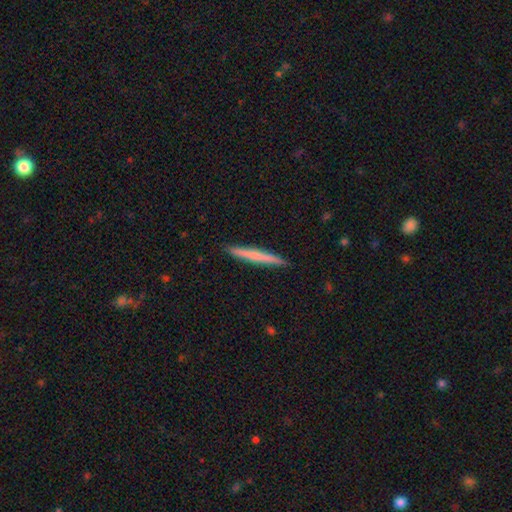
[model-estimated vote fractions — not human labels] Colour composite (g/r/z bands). It shows a smooth galaxy with no disk features (62%) that is cigar-shaped (97%). Merging: none (92%).